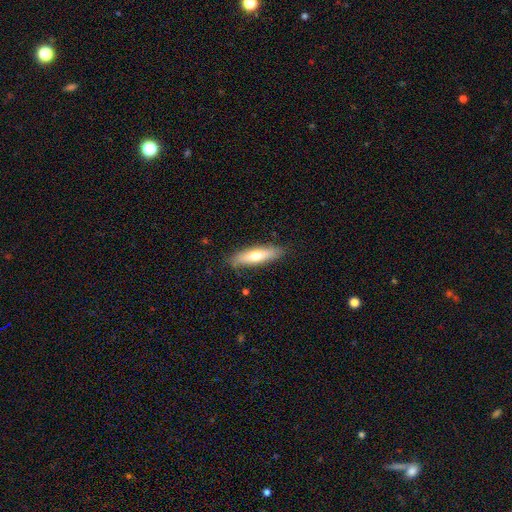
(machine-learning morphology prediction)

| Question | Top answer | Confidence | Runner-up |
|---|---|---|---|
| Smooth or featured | smooth | 64% | featured or disk (30%) |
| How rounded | cigar-shaped | 65% | in between (33%) |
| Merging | none | 84% | minor disturbance (12%) |